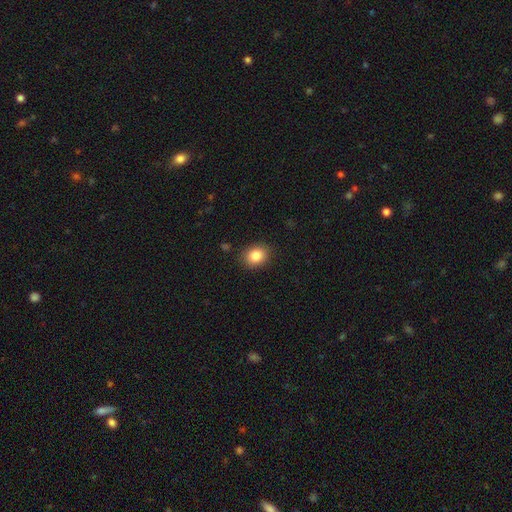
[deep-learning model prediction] Smooth or featured: smooth — 85% (star or artifact — 9%)
How rounded: round — 52% (in between — 48%)
Merging: none — 87% (minor disturbance — 9%)